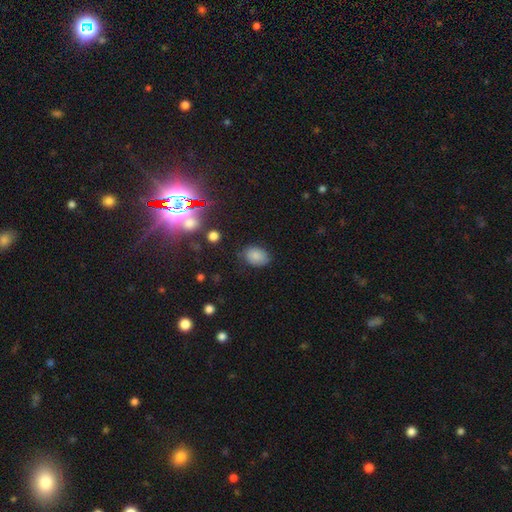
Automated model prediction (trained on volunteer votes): This is clearly a smooth galaxy (82%). How rounded: likely in between (75%). Merging: likely none (75%).